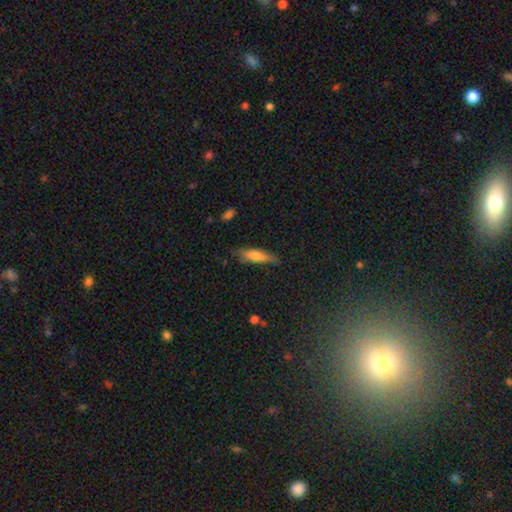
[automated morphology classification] smooth-or-featured: smooth: 71% | featured or disk: 23% | star or artifact: 7%
  how-rounded: cigar-shaped: 69% | in between: 30% | round: 2%
  merging: none: 74% | minor disturbance: 20% | major disturbance: 4% | merger: 2%